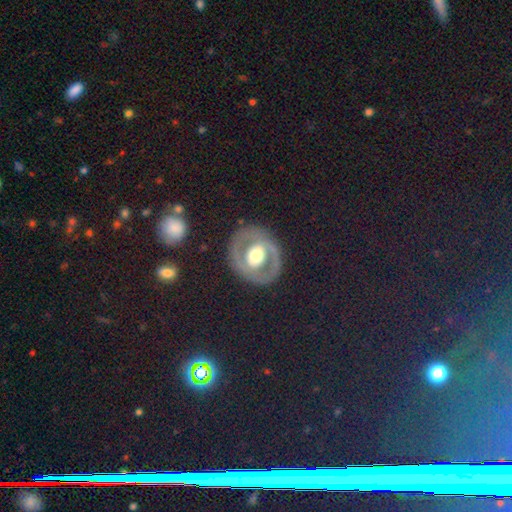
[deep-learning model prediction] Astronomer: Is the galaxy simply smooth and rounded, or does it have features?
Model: featured or disk — 68%.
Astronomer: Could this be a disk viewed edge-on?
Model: no — 95%.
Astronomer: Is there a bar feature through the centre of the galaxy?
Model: no — 57%.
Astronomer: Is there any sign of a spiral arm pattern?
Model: no — 60% (runner-up: yes, 40%).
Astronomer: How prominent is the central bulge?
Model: moderate — 57% (runner-up: large, 34%).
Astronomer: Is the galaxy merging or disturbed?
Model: none — 79%.